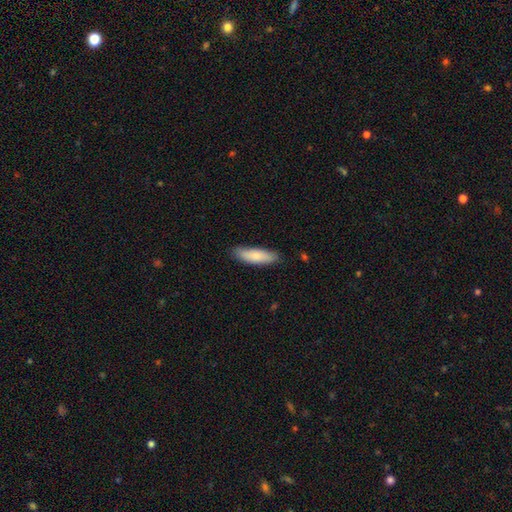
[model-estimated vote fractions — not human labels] Smooth or featured? smooth (82%)
How rounded? cigar-shaped (52%)
Merging? none (84%)